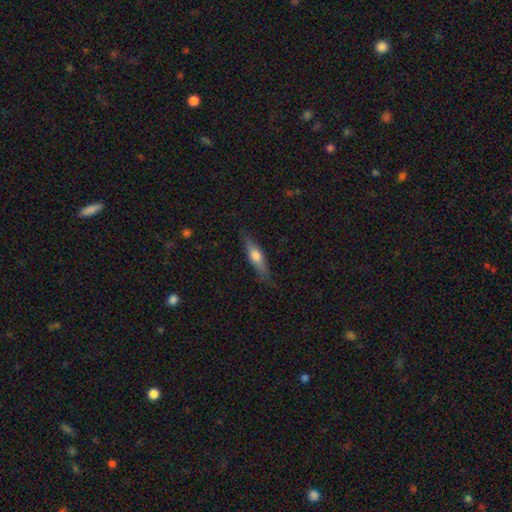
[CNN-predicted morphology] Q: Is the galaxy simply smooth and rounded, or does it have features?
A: smooth — 56%.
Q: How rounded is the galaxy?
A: cigar-shaped — 64%.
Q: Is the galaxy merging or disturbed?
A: none — 78%.